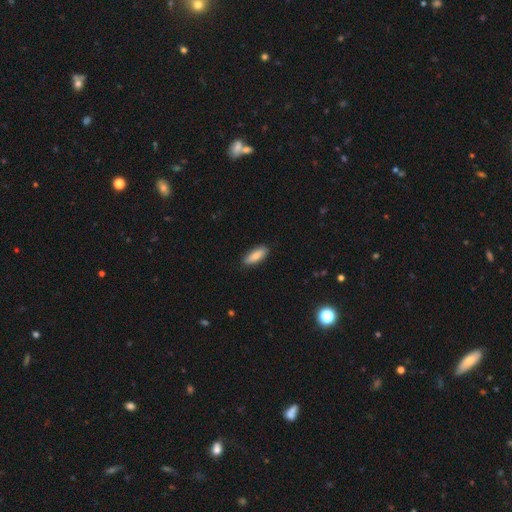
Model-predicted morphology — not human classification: This appears to be a smooth galaxy with no disk features (86%) that is in between round and cigar-shaped (66%). Merging: none (86%).